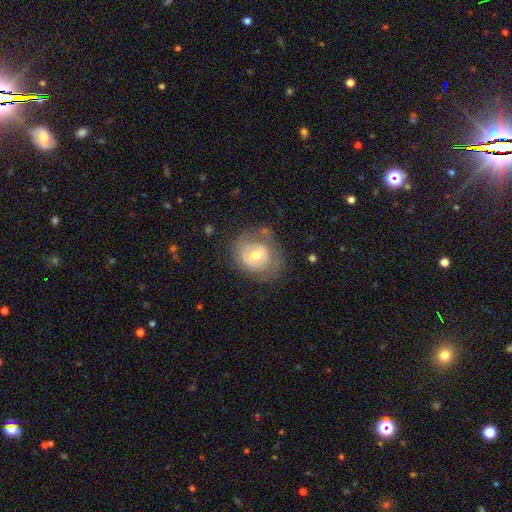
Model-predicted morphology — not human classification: The model was most divided on "spiral arms": no: 57%, yes: 43%. More confident: edge-on disk — no (96%); bulge size — moderate (66%); merging — none (64%); smooth or featured — featured or disk (56%); bar — no (55%).